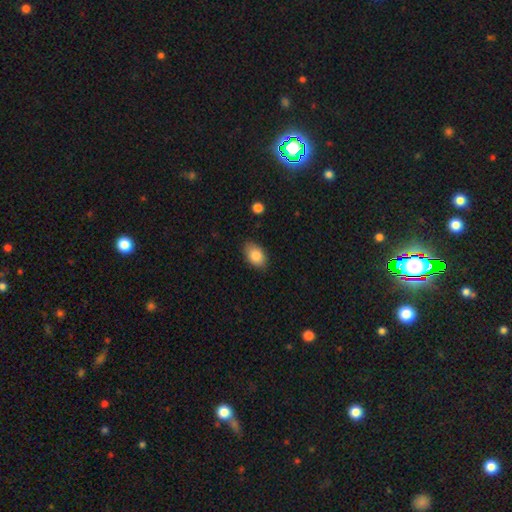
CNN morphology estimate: smooth 85%, featured or disk 8%, star or artifact 7%. Down the decision tree: how rounded — in between (87%); merging — none (83%).